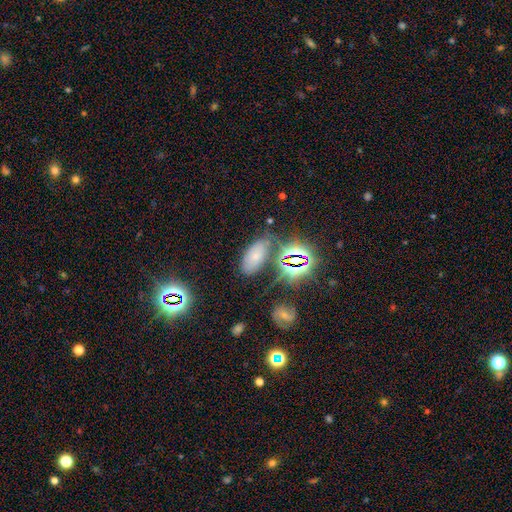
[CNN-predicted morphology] Smooth or featured?
  - smooth: 52% *
  - star or artifact: 31%
  - featured or disk: 17%
How rounded?
  - in between: 90% *
  - cigar-shaped: 5%
  - round: 5%
Merging?
  - none: 70% *
  - minor disturbance: 17%
  - major disturbance: 7%
  - merger: 6%